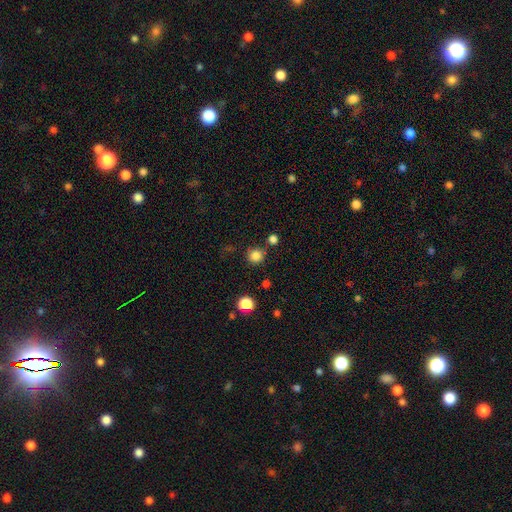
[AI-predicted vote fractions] A smooth galaxy with no disk features (83%) that is round (93%). Merging: none (80%).